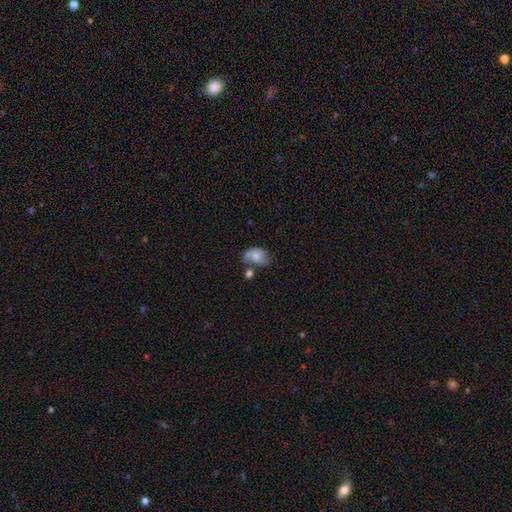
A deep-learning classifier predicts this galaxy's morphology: smooth_or_featured: smooth (p=0.56) [alt: featured or disk p=0.35]
how_rounded: in between (p=0.79) [alt: round p=0.20]
merging: none (p=0.36) [alt: minor disturbance p=0.27]